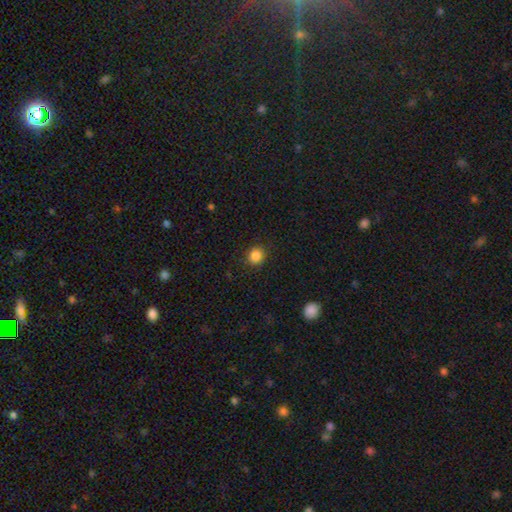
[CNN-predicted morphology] This appears to be a smooth galaxy with no disk features (86%) that is round (87%). Merging: none (89%).